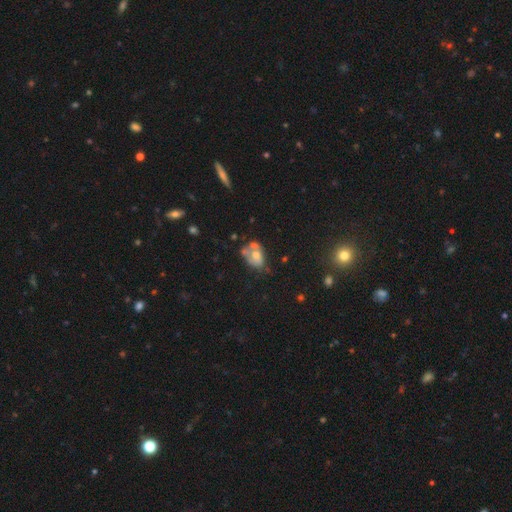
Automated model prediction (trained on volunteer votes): Smooth or featured: smooth — 51% (featured or disk — 38%)
How rounded: in between — 70% (round — 28%)
Merging: merger — 39% (none — 27%)